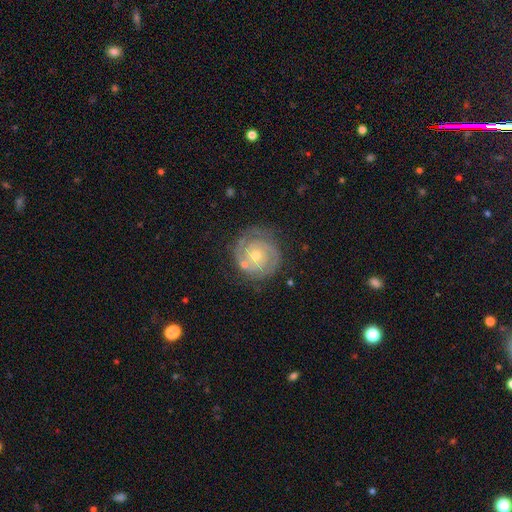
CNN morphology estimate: featured or disk 86%, smooth 9%, star or artifact 5%. Down the decision tree: edge-on disk — no (98%); bar — no (77%); spiral arms — yes (96%); spiral arm count — 2 (71%); spiral winding — tight (79%); bulge size — small (54%); merging — none (78%).